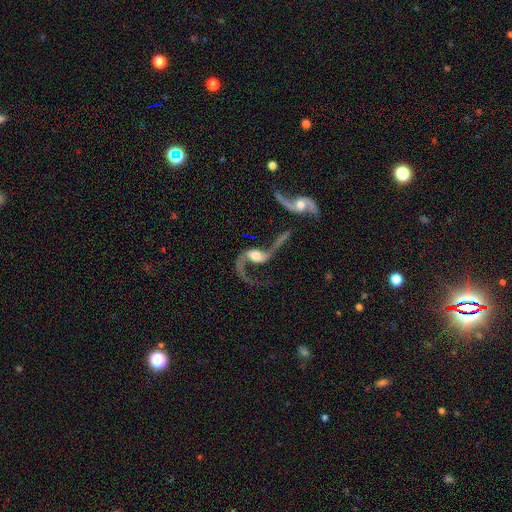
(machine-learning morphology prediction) Smooth or featured? Predicted: featured or disk (p=0.87). Edge-on disk? Predicted: no (p=0.95). Bar? Predicted: no (p=0.44). Spiral arms? Predicted: yes (p=0.94). Spiral winding? Predicted: loose (p=0.84). Spiral arm count? Predicted: 2 (p=0.87). Bulge size? Predicted: moderate (p=0.52). Merging? Predicted: none (p=0.35).